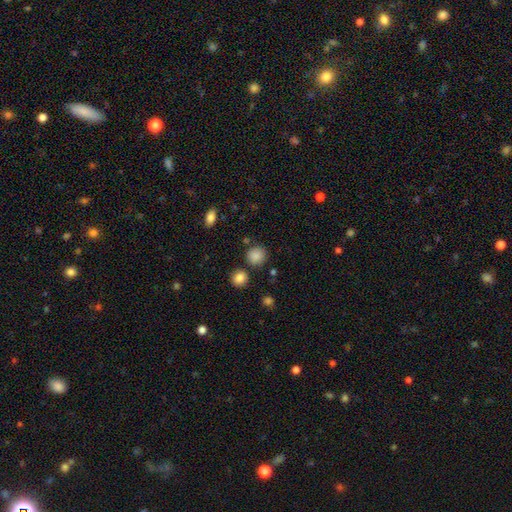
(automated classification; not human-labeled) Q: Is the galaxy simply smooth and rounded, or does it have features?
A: smooth — 86%.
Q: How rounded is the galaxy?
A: round — 89%.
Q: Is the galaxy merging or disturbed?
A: none — 81%.